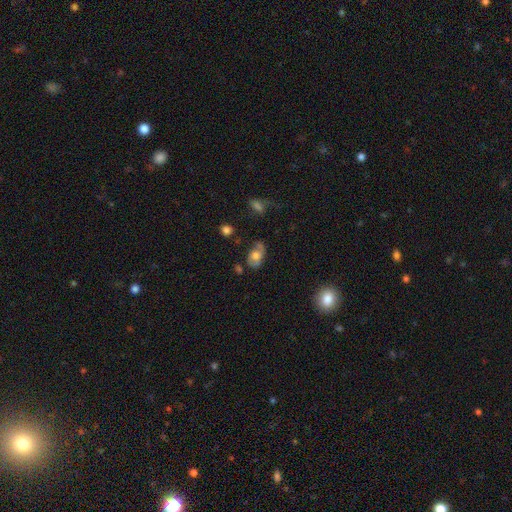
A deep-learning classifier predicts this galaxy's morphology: Smooth or featured? Predicted: smooth (p=0.51). How rounded? Predicted: in between (p=0.85). Merging? Predicted: none (p=0.55).